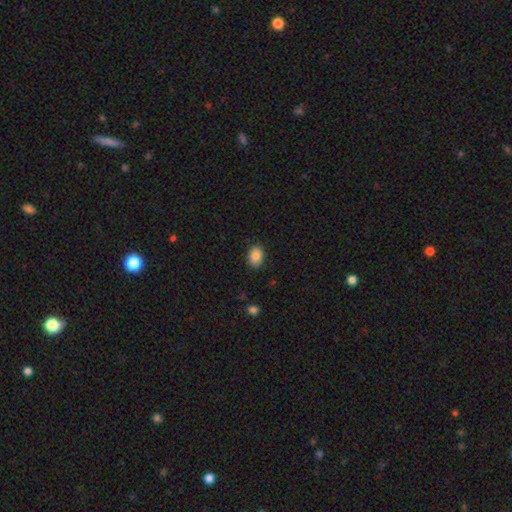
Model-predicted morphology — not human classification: A smooth galaxy with no disk features (87%) that is in between round and cigar-shaped (76%).

Vote fractions:
- Smooth or featured? smooth: 87% / star or artifact: 8% / featured or disk: 5%
- How rounded? in between: 76% / round: 23% / cigar-shaped: 1%
- Merging? none: 87% / minor disturbance: 10% / major disturbance: 2% / merger: 1%